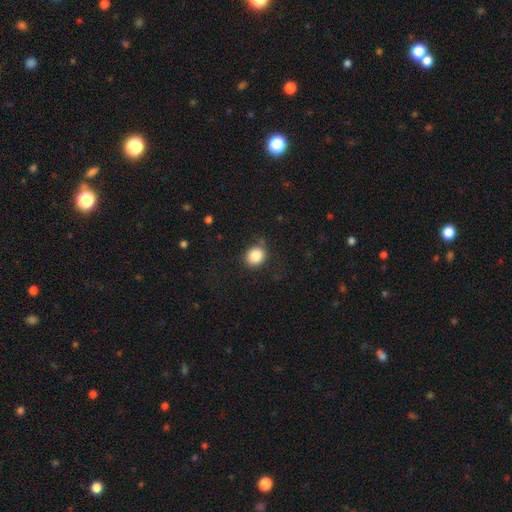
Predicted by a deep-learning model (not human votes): Morphology: type=smooth (85%); roundness=round (72%); merging=none (78%).